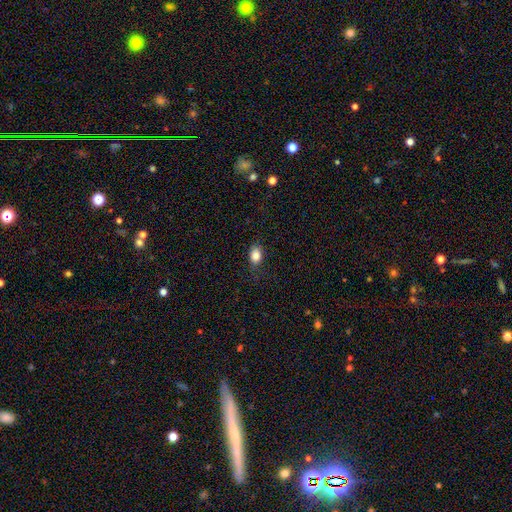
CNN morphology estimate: smooth_or_featured: smooth (p=0.84) [alt: star or artifact p=0.09]
how_rounded: in between (p=0.78) [alt: round p=0.21]
merging: none (p=0.77) [alt: minor disturbance p=0.17]